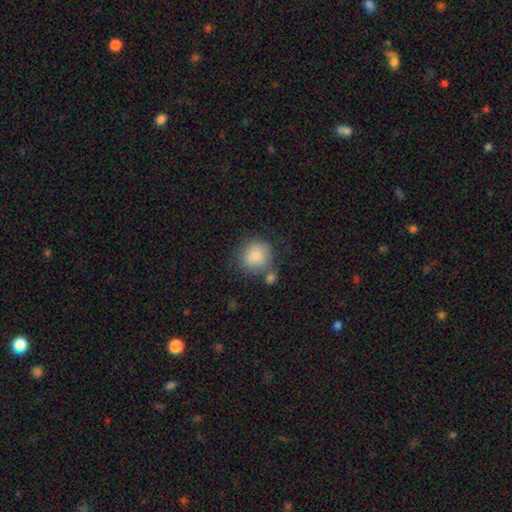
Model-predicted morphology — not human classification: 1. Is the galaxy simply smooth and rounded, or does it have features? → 85% smooth, 7% star or artifact, 7% featured or disk.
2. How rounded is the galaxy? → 87% round, 12% in between, 1% cigar-shaped.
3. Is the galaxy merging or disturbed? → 62% none, 17% minor disturbance, 15% merger, 7% major disturbance.